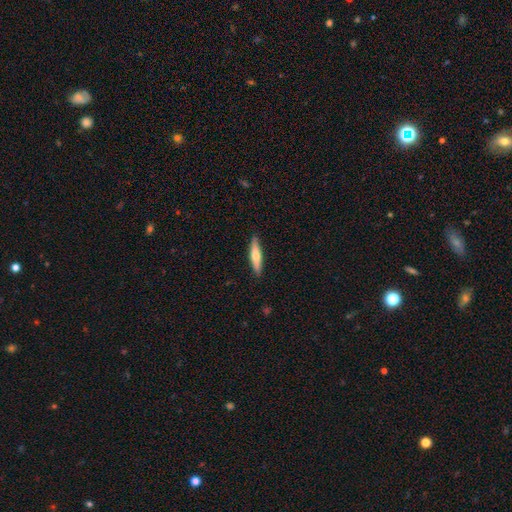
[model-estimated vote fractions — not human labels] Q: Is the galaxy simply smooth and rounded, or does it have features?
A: smooth — 57%.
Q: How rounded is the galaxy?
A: cigar-shaped — 82%.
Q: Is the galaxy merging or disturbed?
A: none — 90%.